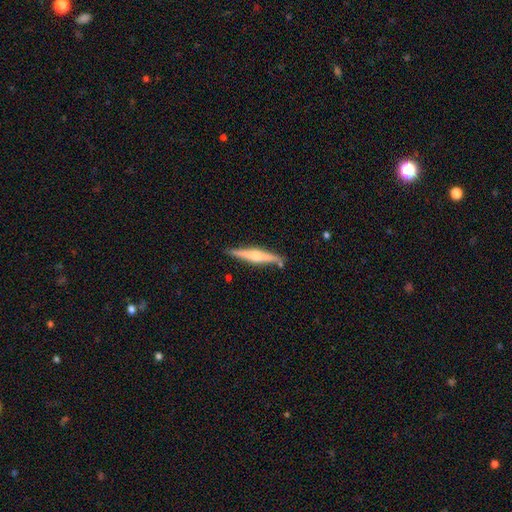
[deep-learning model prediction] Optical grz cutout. It shows a featured or disk galaxy (62%) viewed edge-on (97%) with a rounded central bulge (84%). Merging: none (84%).